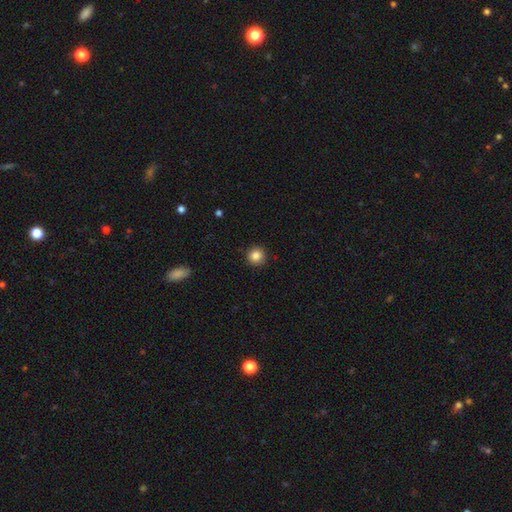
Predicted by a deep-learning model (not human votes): Q: Smooth or featured?
A: smooth (85%); runner-up: star or artifact (11%)
Q: How rounded?
A: round (95%); runner-up: in between (4%)
Q: Merging?
A: none (92%); runner-up: minor disturbance (6%)